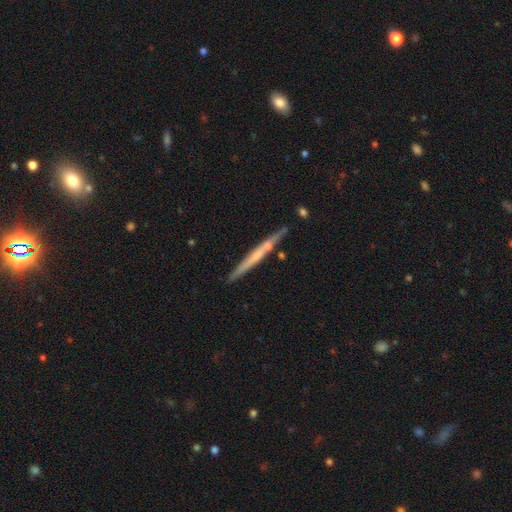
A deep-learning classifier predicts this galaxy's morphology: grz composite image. It shows a featured or disk galaxy (57%) viewed edge-on (96%) with no central bulge (69%). Merging: none (82%).